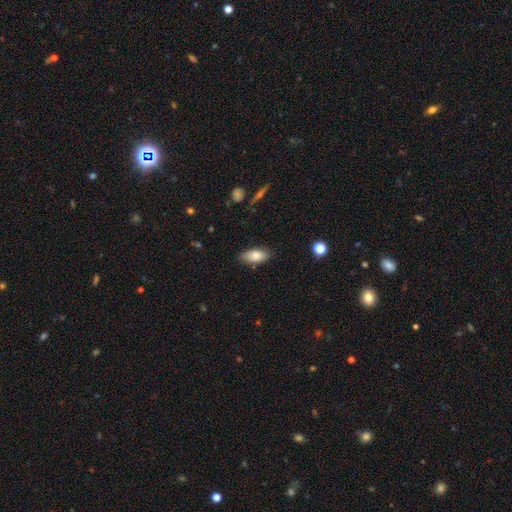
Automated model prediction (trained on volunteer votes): A smooth galaxy with no disk features (82%) that is in between round and cigar-shaped (89%).

Vote fractions:
- Smooth or featured? smooth: 82% / featured or disk: 11% / star or artifact: 7%
- How rounded? in between: 89% / cigar-shaped: 8% / round: 3%
- Merging? none: 83% / minor disturbance: 13% / major disturbance: 2% / merger: 1%